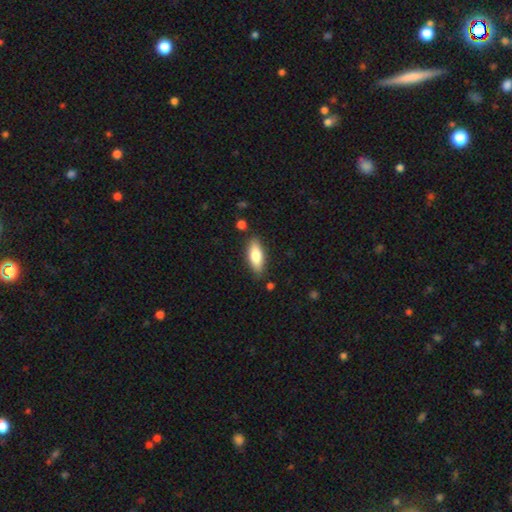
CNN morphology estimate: This is likely a smooth galaxy (76%). How rounded: likely in between (72%). Merging: clearly none (84%).